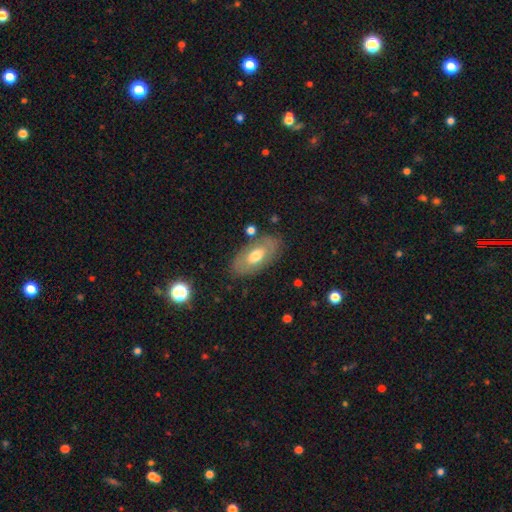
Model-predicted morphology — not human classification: A smooth galaxy with no disk features (55%) that is in between round and cigar-shaped (92%). Merging: none (78%).